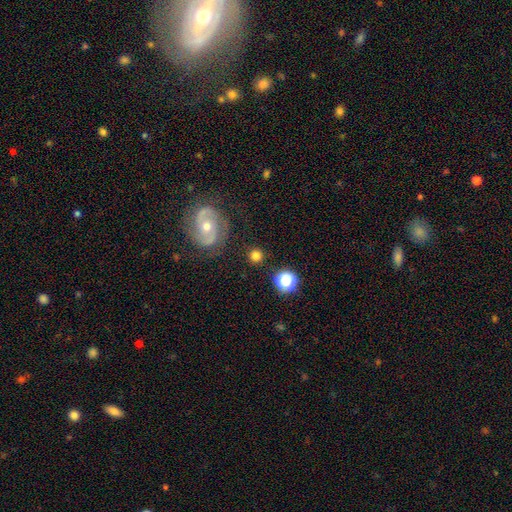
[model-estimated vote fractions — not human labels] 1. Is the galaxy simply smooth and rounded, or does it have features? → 73% smooth, 14% featured or disk, 13% star or artifact.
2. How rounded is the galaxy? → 92% round, 7% in between, 1% cigar-shaped.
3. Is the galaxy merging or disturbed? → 85% none, 8% minor disturbance, 3% major disturbance, 3% merger.